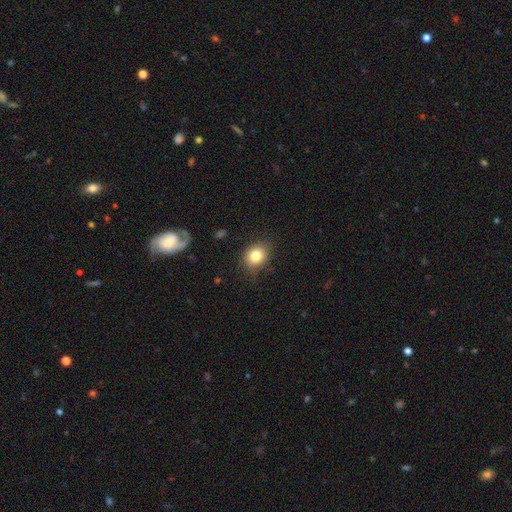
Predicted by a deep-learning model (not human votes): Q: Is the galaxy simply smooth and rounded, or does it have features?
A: smooth — 81%.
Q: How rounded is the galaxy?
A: round — 58%.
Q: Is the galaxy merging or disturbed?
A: none — 80%.